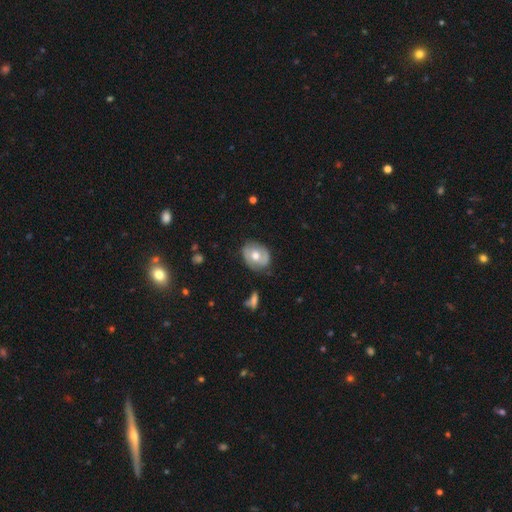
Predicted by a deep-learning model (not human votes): Morphology: type=featured or disk (52%); edge-on=no (94%); merging=none (75%).